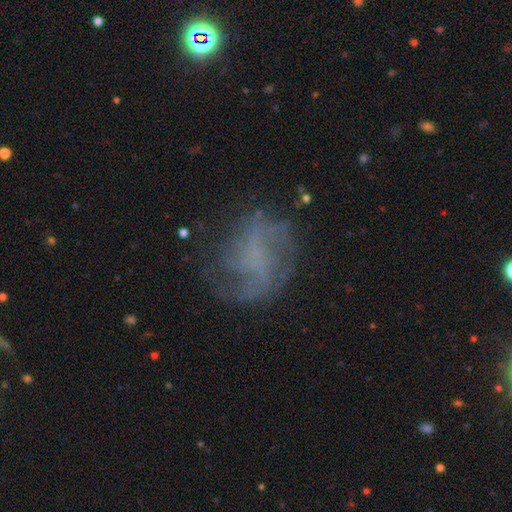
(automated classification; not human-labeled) smooth_or_featured: featured or disk (p=0.69) [alt: smooth p=0.17]
disk_edge_on: no (p=0.97) [alt: yes p=0.03]
bar: no (p=0.56) [alt: weak p=0.34]
has_spiral_arms: yes (p=0.85) [alt: no p=0.15]
spiral_winding: medium (p=0.40) [alt: loose p=0.38]
spiral_arm_count: 2 (p=0.44) [alt: can't tell p=0.27]
bulge_size: none (p=0.70) [alt: small p=0.17]
merging: none (p=0.66) [alt: minor disturbance p=0.18]